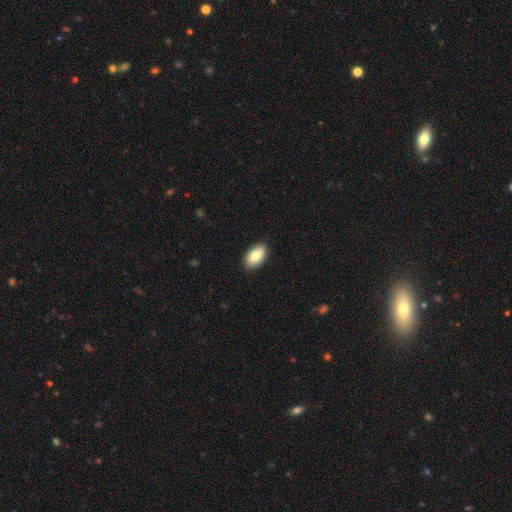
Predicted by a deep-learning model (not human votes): smooth_or_featured: smooth (p=0.83) [alt: featured or disk p=0.10]
how_rounded: in between (p=0.94) [alt: round p=0.04]
merging: none (p=0.89) [alt: minor disturbance p=0.08]